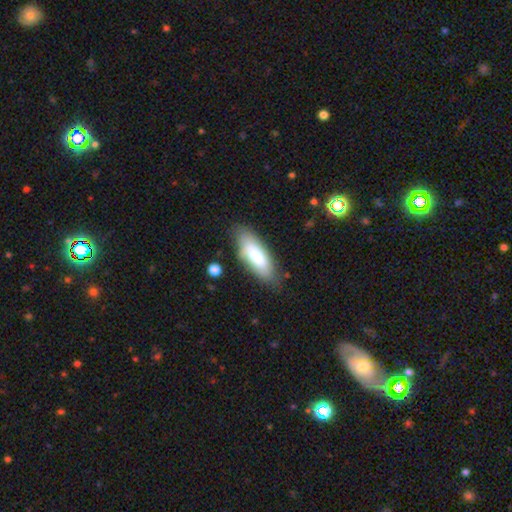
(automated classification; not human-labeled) Overall: smooth (73%). How rounded: in between (67%; cigar-shaped 32%). Merging: none (79%).